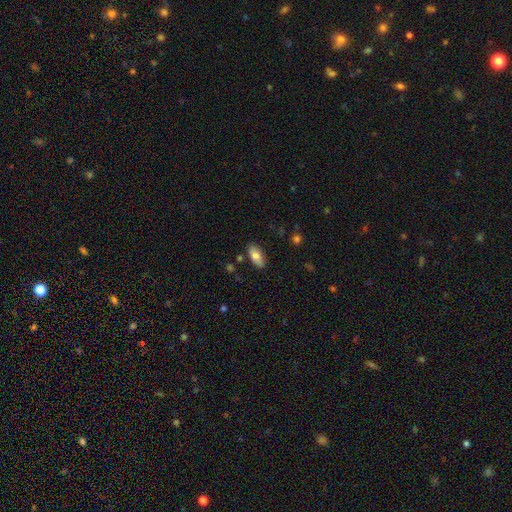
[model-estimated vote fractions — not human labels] A smooth galaxy with no disk features (77%) that is in between round and cigar-shaped (89%).

Vote fractions:
- Smooth or featured? smooth: 77% / featured or disk: 16% / star or artifact: 7%
- How rounded? in between: 89% / cigar-shaped: 9% / round: 2%
- Merging? none: 84% / minor disturbance: 11% / merger: 2% / major disturbance: 2%